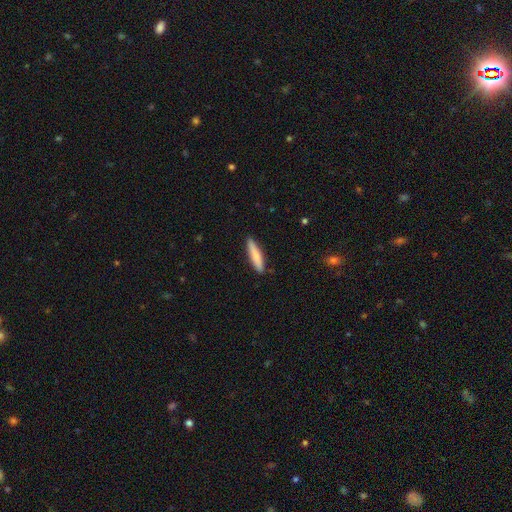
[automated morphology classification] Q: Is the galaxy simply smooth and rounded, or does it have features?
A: smooth — 75%.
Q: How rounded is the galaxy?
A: cigar-shaped — 84%.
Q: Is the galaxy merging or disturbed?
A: none — 87%.